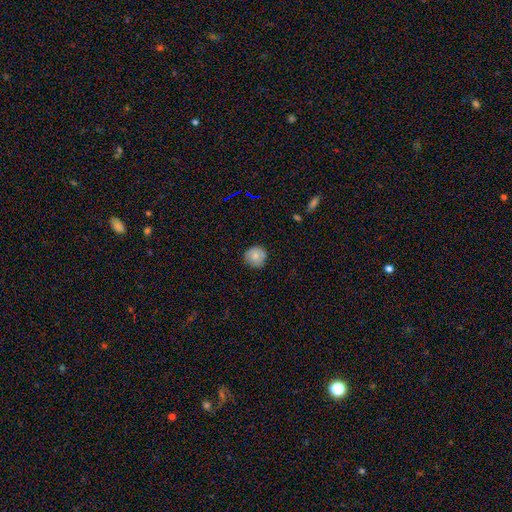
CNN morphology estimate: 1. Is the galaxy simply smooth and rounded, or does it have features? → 81% smooth, 10% featured or disk, 9% star or artifact.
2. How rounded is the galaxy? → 94% round, 5% in between, 1% cigar-shaped.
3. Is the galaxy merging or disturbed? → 86% none, 11% minor disturbance, 2% major disturbance, 1% merger.